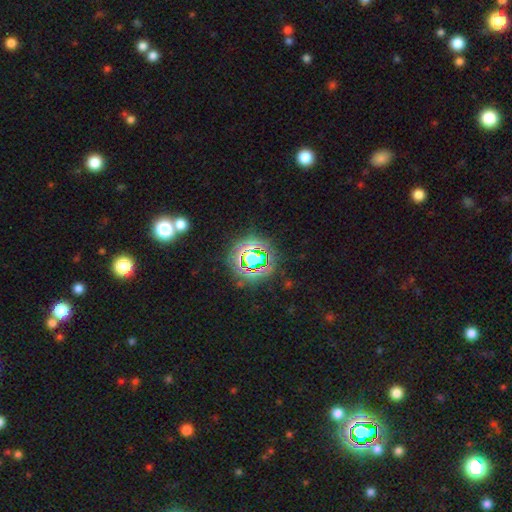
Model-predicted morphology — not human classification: type=star or artifact (63%).